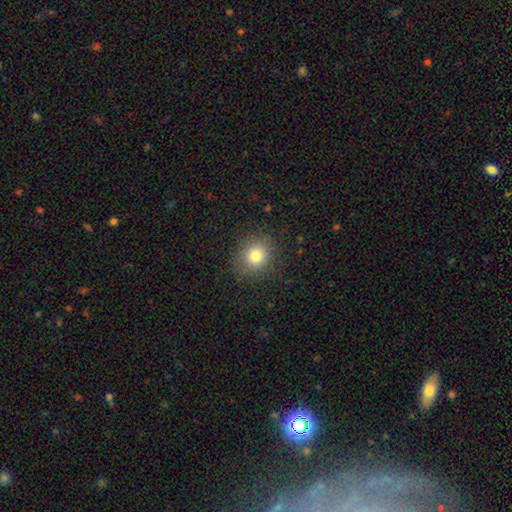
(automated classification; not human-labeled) Smooth or featured?
  - smooth: 78% *
  - star or artifact: 13%
  - featured or disk: 9%
How rounded?
  - round: 77% *
  - in between: 23%
  - cigar-shaped: 1%
Merging?
  - none: 87% *
  - minor disturbance: 9%
  - major disturbance: 3%
  - merger: 1%